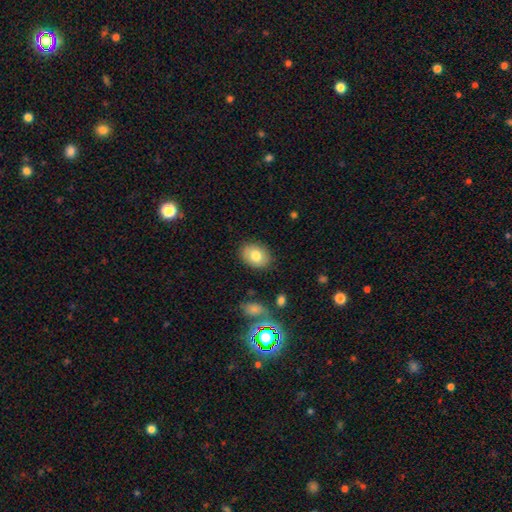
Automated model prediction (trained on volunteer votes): Smooth or featured? Predicted: smooth (p=0.78). How rounded? Predicted: in between (p=0.64). Merging? Predicted: none (p=0.86).